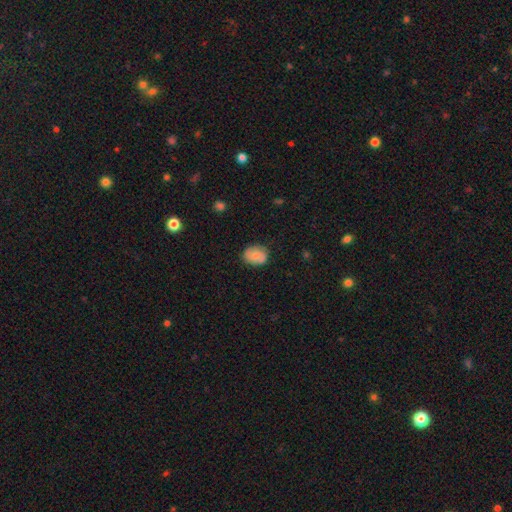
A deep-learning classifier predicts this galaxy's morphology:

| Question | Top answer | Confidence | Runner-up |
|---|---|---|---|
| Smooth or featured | smooth | 62% | featured or disk (30%) |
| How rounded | in between | 54% | round (45%) |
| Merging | none | 79% | minor disturbance (16%) |